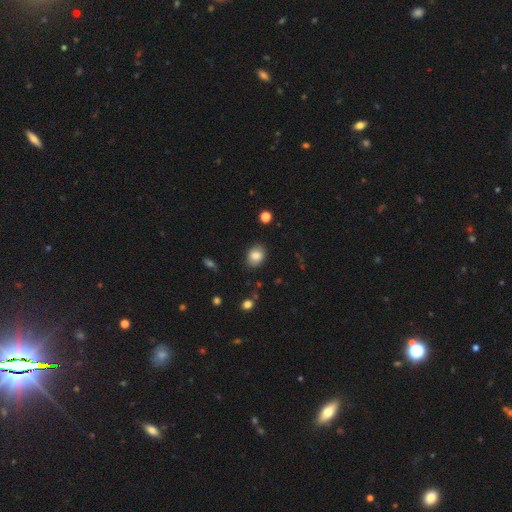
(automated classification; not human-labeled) Q: Smooth or featured?
A: smooth (84%); runner-up: star or artifact (9%)
Q: How rounded?
A: in between (56%); runner-up: round (43%)
Q: Merging?
A: none (85%); runner-up: minor disturbance (11%)